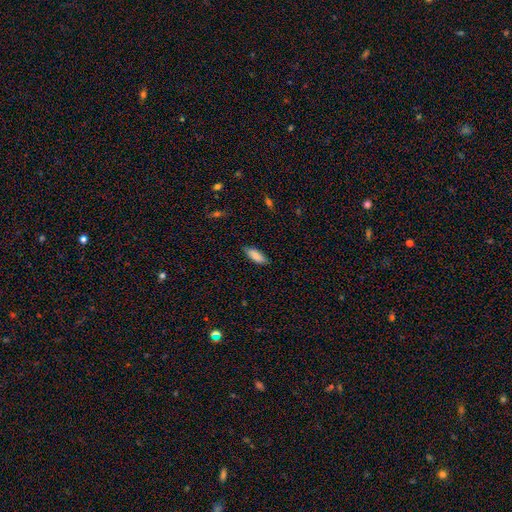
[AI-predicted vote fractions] Overall: smooth (87%). How rounded: in between (73%). Merging: none (83%).